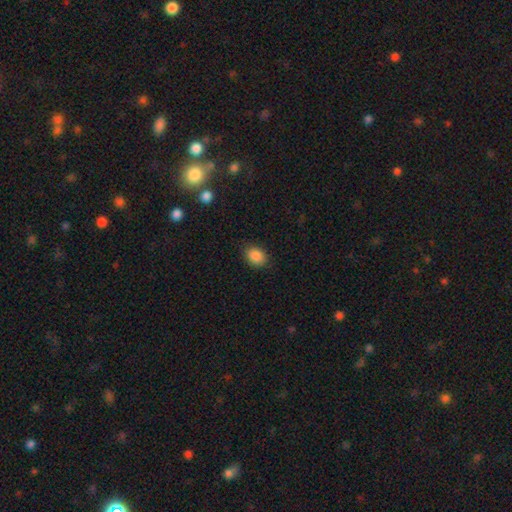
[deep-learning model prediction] Smooth or featured: smooth — 88% (star or artifact — 9%)
How rounded: in between — 61% (round — 38%)
Merging: none — 85% (minor disturbance — 11%)